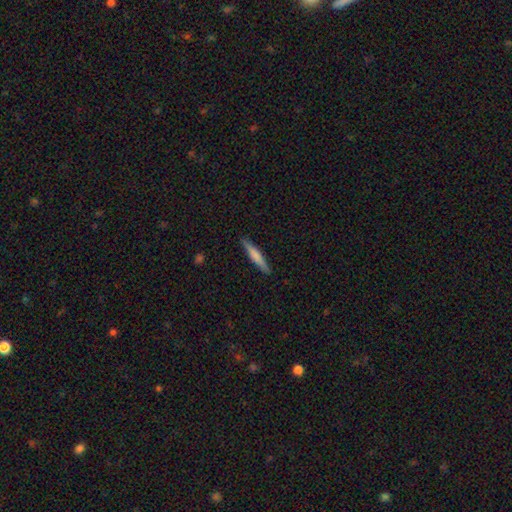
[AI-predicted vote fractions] Morphology: type=smooth (67%); roundness=cigar-shaped (93%); merging=none (90%).